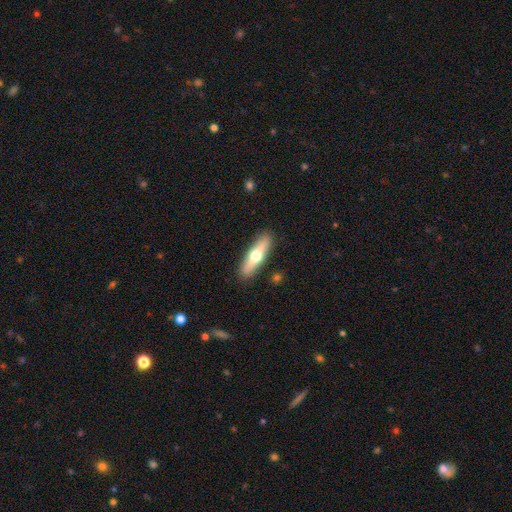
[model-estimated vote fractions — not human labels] Smooth or featured: smooth — 52% (featured or disk — 43%)
How rounded: cigar-shaped — 68% (in between — 29%)
Merging: none — 89% (minor disturbance — 8%)